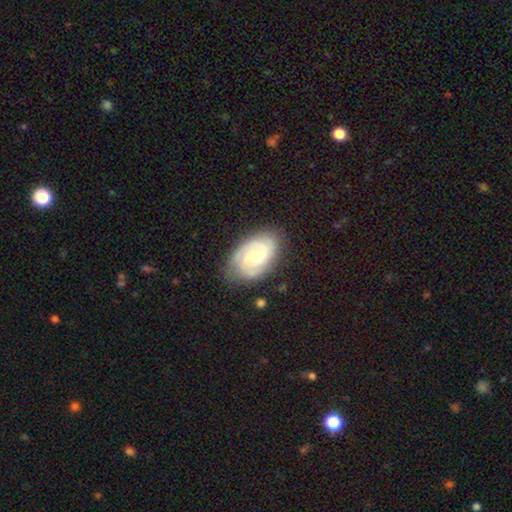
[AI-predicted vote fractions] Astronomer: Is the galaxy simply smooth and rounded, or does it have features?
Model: featured or disk — 79%.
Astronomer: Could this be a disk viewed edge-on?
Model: no — 97%.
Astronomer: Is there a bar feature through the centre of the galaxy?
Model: no — 50% (runner-up: weak, 43%).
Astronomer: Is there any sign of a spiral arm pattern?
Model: yes — 96%.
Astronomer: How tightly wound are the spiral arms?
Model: tight — 53% (runner-up: medium, 38%).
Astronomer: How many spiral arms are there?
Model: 2 — 50%.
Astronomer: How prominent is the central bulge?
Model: moderate — 52% (runner-up: small, 40%).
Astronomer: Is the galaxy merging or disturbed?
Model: none — 76%.